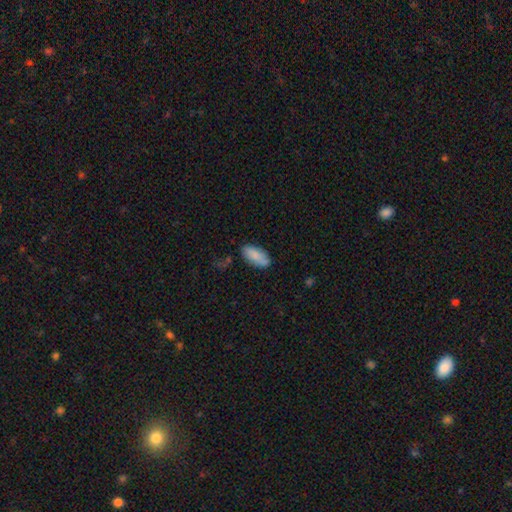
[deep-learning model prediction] Smooth or featured: smooth — 85% (featured or disk — 9%)
How rounded: in between — 88% (cigar-shaped — 10%)
Merging: none — 77% (minor disturbance — 16%)